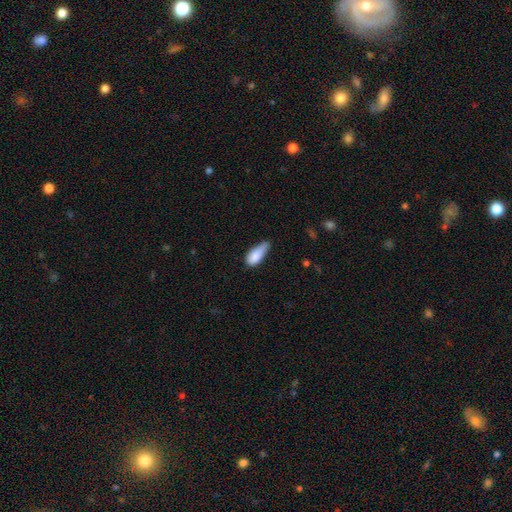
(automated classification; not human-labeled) Overall: smooth (84%). How rounded: in between (81%). Merging: minor disturbance (52%; none 29%).